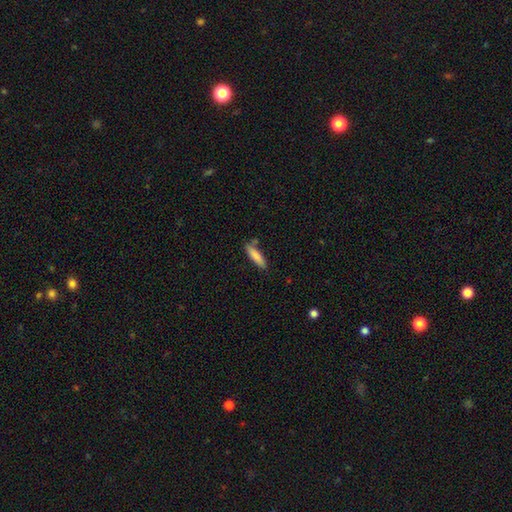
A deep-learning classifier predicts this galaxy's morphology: This is clearly a smooth galaxy (84%). How rounded: likely cigar-shaped (71%). Merging: likely none (74%).